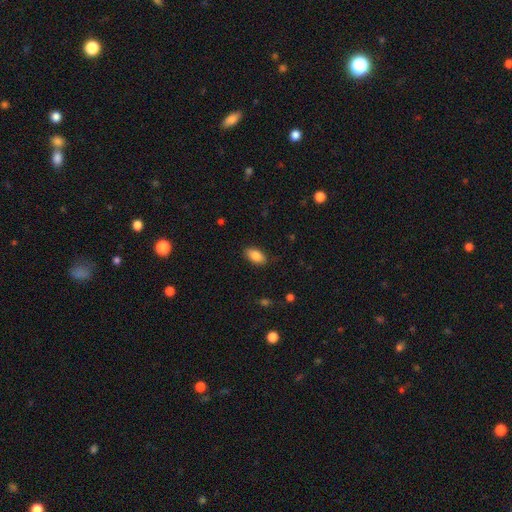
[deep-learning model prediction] smooth-or-featured: smooth: 86% | star or artifact: 7% | featured or disk: 7%
  how-rounded: in between: 92% | cigar-shaped: 4% | round: 4%
  merging: none: 86% | minor disturbance: 10% | major disturbance: 2% | merger: 1%